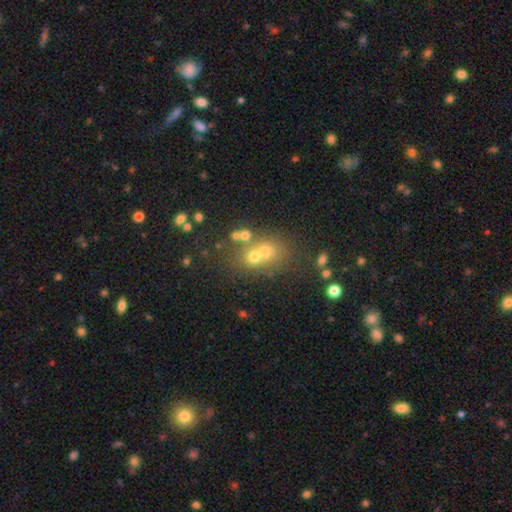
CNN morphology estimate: Q: Smooth or featured?
A: smooth (54%); runner-up: featured or disk (24%)
Q: How rounded?
A: round (70%); runner-up: in between (28%)
Q: Merging?
A: merger (48%); runner-up: none (39%)